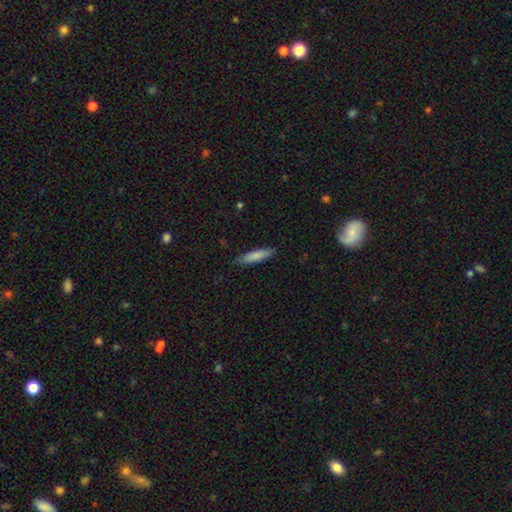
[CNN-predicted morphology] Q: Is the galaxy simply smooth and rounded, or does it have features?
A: smooth — 82%.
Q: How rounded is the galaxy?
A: cigar-shaped — 76%.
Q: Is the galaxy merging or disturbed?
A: none — 84%.